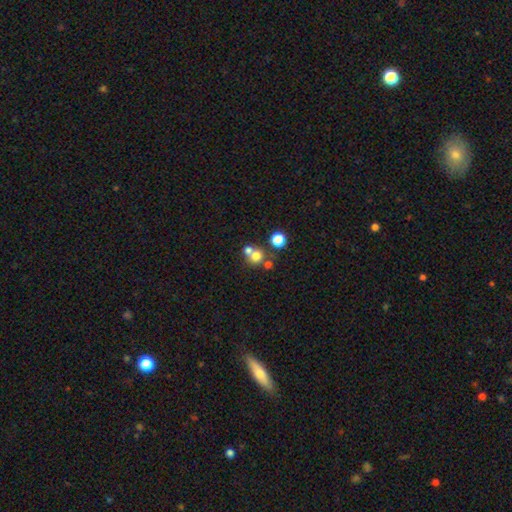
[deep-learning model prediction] Overall: smooth (71%). How rounded: round (87%). Merging: none (46%; merger 45%).